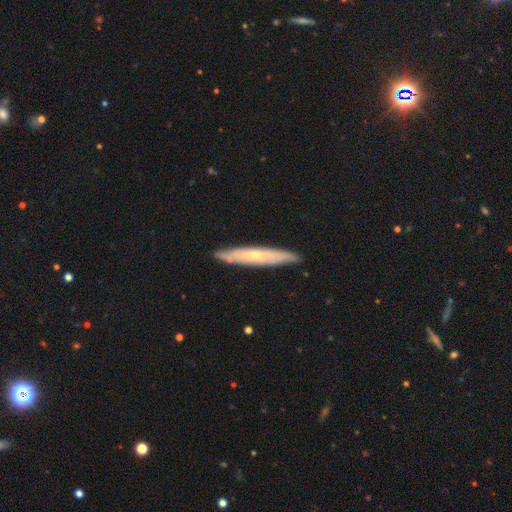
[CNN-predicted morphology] featured or disk 57%, smooth 37%, star or artifact 6%. Down the decision tree: edge-on disk — yes (76%); merging — none (87%).